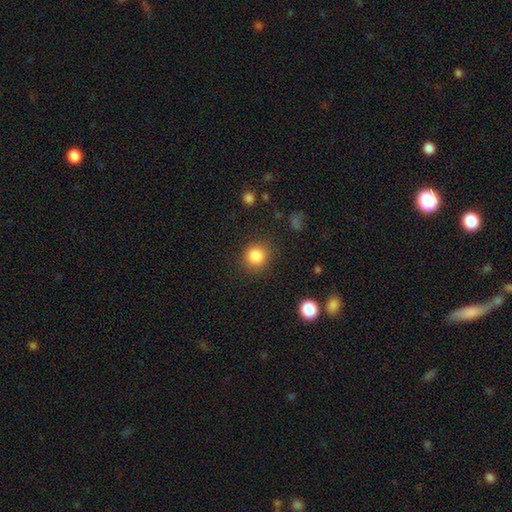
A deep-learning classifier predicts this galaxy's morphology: smooth-or-featured: smooth: 85% | star or artifact: 10% | featured or disk: 4%
  how-rounded: round: 89% | in between: 10% | cigar-shaped: 1%
  merging: none: 85% | minor disturbance: 10% | major disturbance: 4% | merger: 2%